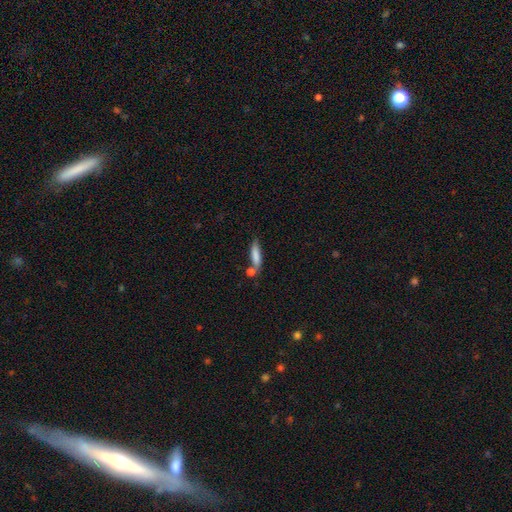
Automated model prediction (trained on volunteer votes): A smooth galaxy with no disk features (79%) that is cigar-shaped (72%). Merging: none (58%).